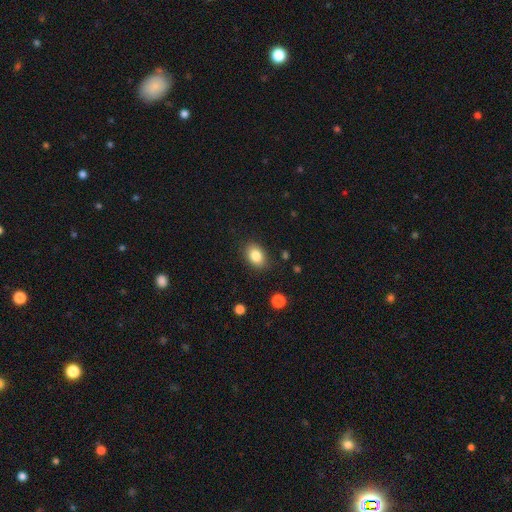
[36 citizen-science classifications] Smooth or featured? smooth (94%)
How rounded? in between (76%)
Merging? none (89%)